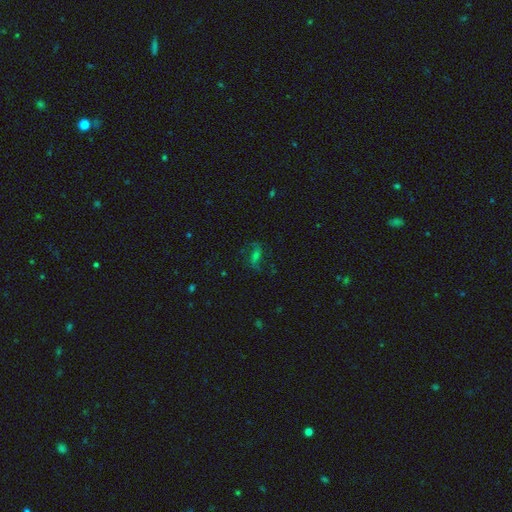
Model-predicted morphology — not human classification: This appears to be a featured or disk galaxy (56%) with a weak bar (42%), spiral arms (88%) and a small central bulge (40%). Merging: none (73%).